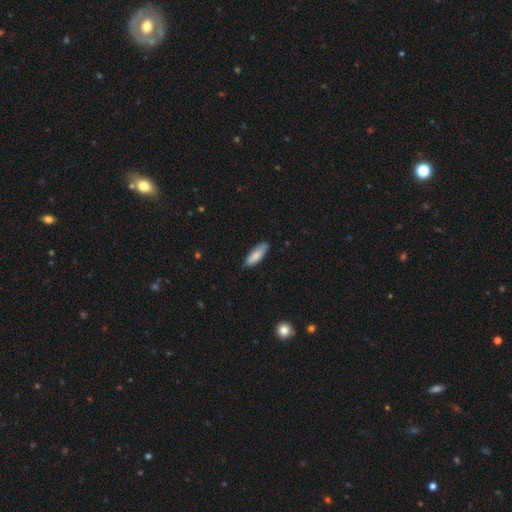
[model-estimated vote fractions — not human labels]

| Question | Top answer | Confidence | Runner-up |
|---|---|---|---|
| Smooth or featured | smooth | 83% | featured or disk (11%) |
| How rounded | in between | 57% | cigar-shaped (41%) |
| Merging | none | 78% | minor disturbance (18%) |